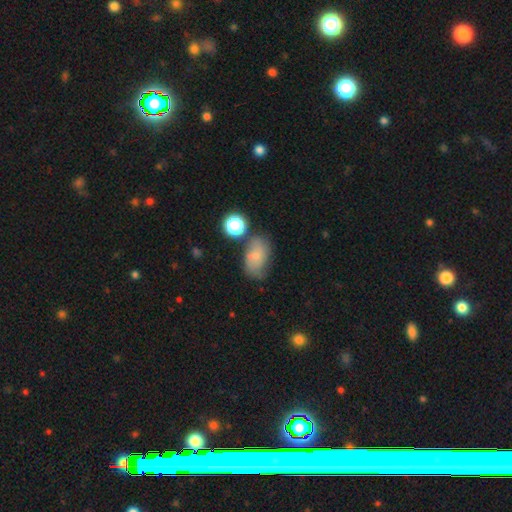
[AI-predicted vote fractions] smooth 60%, featured or disk 29%, star or artifact 11%. Down the decision tree: how rounded — in between (83%); merging — none (51%).